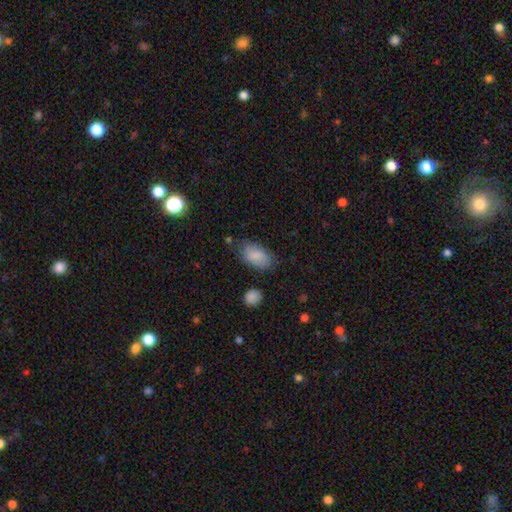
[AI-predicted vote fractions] Smooth or featured: smooth — 84% (featured or disk — 9%)
How rounded: in between — 93% (round — 5%)
Merging: none — 72% (minor disturbance — 19%)